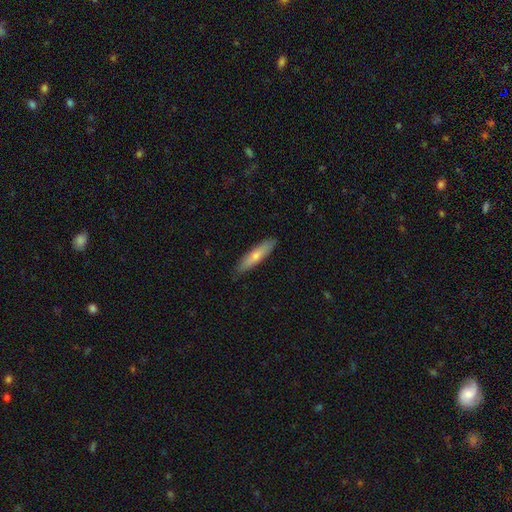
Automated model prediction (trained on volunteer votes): smooth-or-featured: smooth: 66% | featured or disk: 28% | star or artifact: 6%
  how-rounded: cigar-shaped: 81% | in between: 18% | round: 2%
  merging: none: 87% | minor disturbance: 11% | major disturbance: 2% | merger: 1%